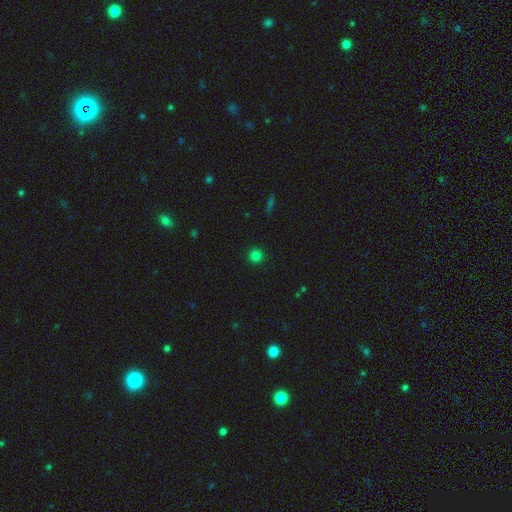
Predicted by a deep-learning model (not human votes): smooth 81%, star or artifact 15%, featured or disk 4%. Down the decision tree: how rounded — round (94%); merging — none (92%).